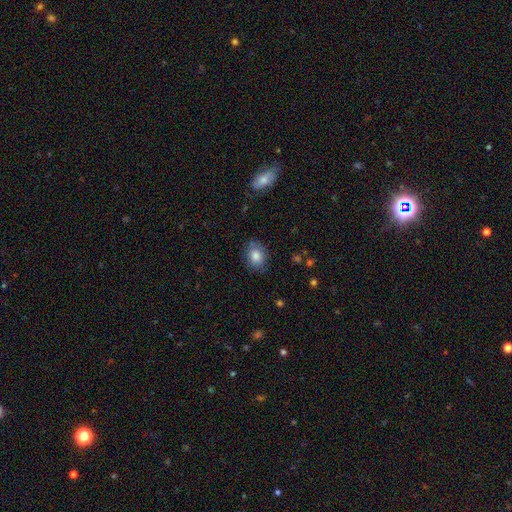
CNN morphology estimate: Smooth or featured?
  - smooth: 83% *
  - featured or disk: 9%
  - star or artifact: 9%
How rounded?
  - in between: 57% *
  - round: 42%
  - cigar-shaped: 1%
Merging?
  - none: 79% *
  - minor disturbance: 16%
  - major disturbance: 4%
  - merger: 2%